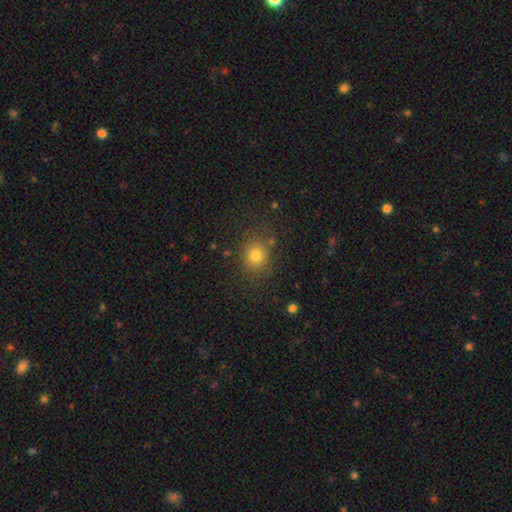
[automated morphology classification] Smooth or featured? smooth (78%)
How rounded? round (70%)
Merging? none (80%)